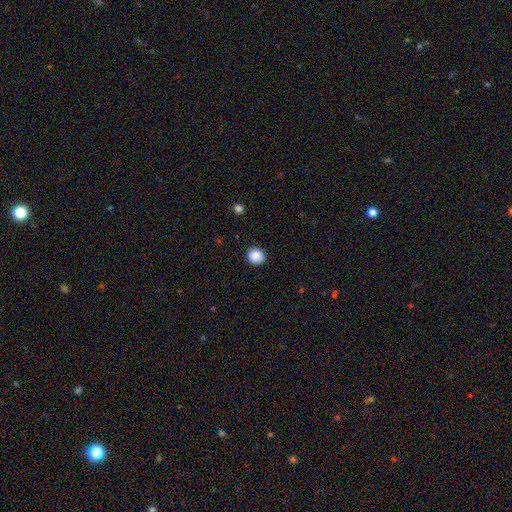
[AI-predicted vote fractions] smooth-or-featured: smooth: 88% | star or artifact: 9% | featured or disk: 3%
  how-rounded: round: 81% | in between: 18% | cigar-shaped: 1%
  merging: none: 90% | minor disturbance: 7% | major disturbance: 2% | merger: 1%